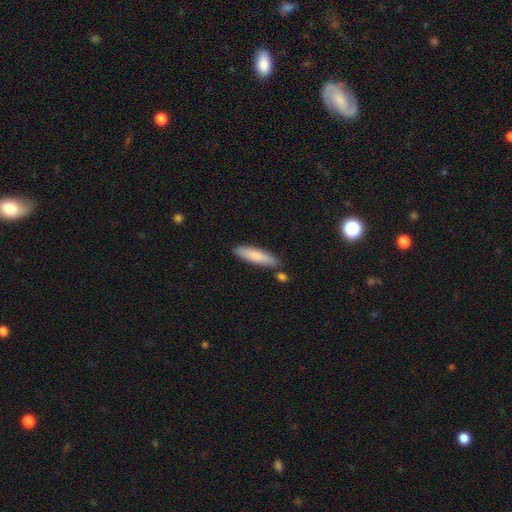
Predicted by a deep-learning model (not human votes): This is clearly a smooth galaxy (80%). How rounded: likely cigar-shaped (74%). Merging: likely none (80%).